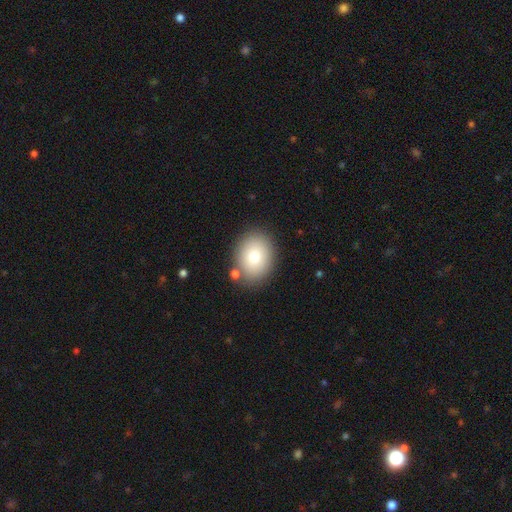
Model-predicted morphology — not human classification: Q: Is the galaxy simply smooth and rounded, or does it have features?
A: smooth — 77%.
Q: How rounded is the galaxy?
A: in between — 54%.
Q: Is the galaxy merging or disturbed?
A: none — 83%.